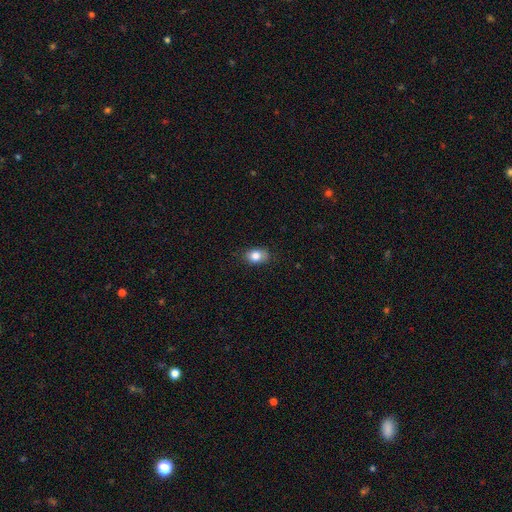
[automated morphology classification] type=smooth (83%); roundness=in between (76%); merging=none (82%).